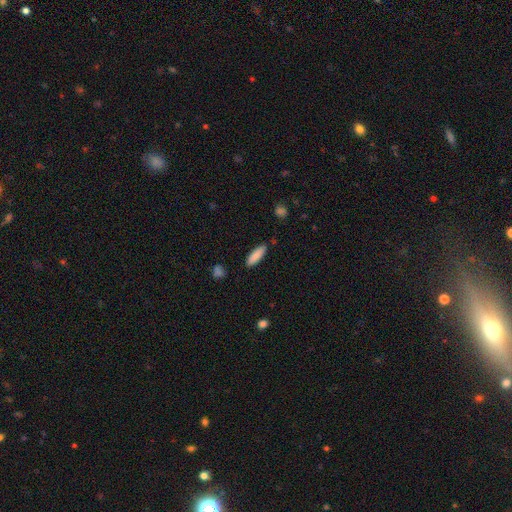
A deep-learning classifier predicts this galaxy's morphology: This is clearly a smooth galaxy (87%). How rounded: possibly in between (50%). Merging: clearly none (87%).